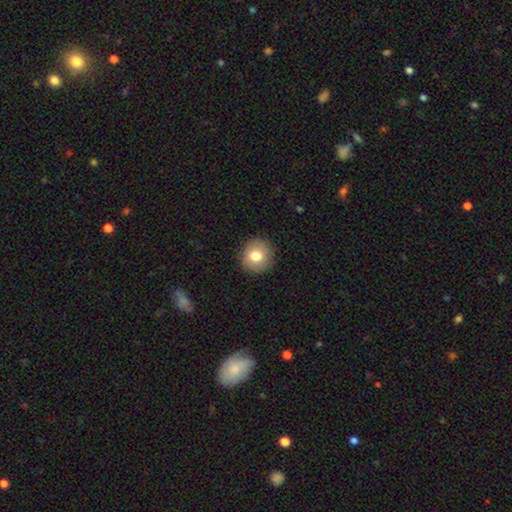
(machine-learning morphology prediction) smooth 77%, featured or disk 13%, star or artifact 9%. Down the decision tree: how rounded — round (90%); merging — none (91%).